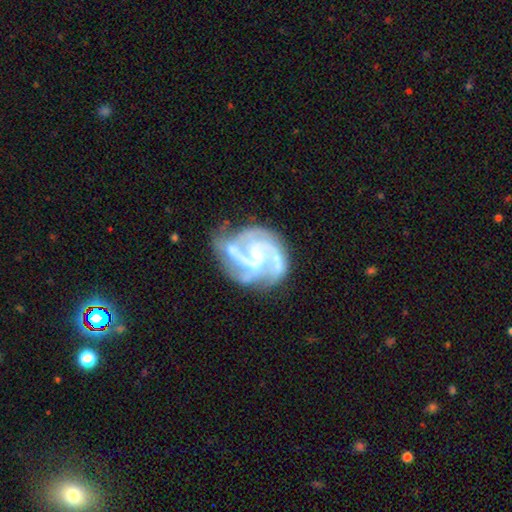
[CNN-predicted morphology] smooth-or-featured: featured or disk: 91% | star or artifact: 5% | smooth: 4%
  disk-edge-on: no: 98% | yes: 2%
    bar: weak: 42% | no: 36% | strong: 21%
    has-spiral-arms: yes: 98% | no: 2%
      spiral-winding: medium: 55% | tight: 34% | loose: 11%
      spiral-arm-count: 3: 48% | 2: 30% | 4: 7% | can't tell: 7% | 1: 4% | more than 4: 4%
    bulge-size: small: 71% | moderate: 21% | none: 6% | large: 1% | dominant: 1%
  merging: none: 59% | minor disturbance: 23% | major disturbance: 13% | merger: 4%